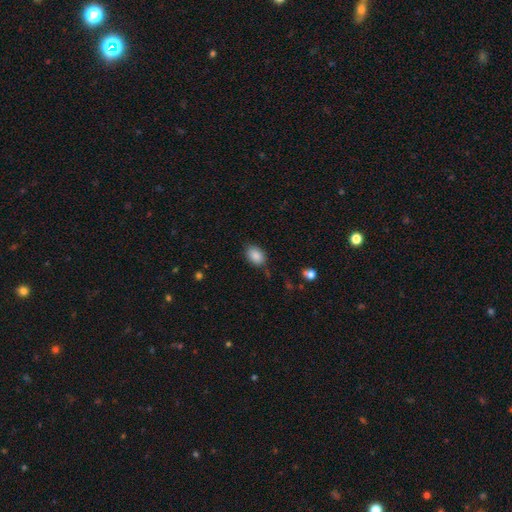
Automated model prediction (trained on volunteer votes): Smooth or featured? Predicted: smooth (p=0.87). How rounded? Predicted: in between (p=0.83). Merging? Predicted: none (p=0.80).